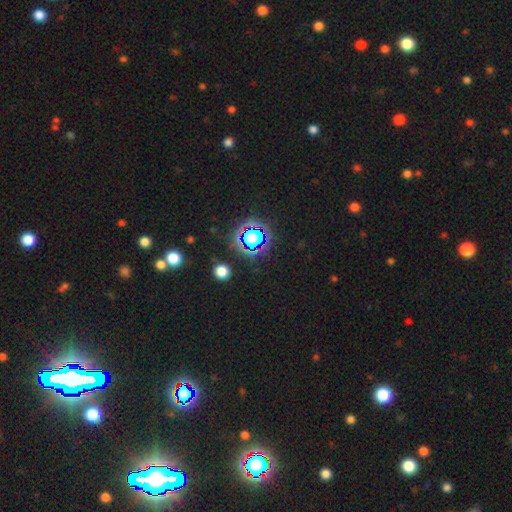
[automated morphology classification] A star or artifact, not a galaxy (82%).